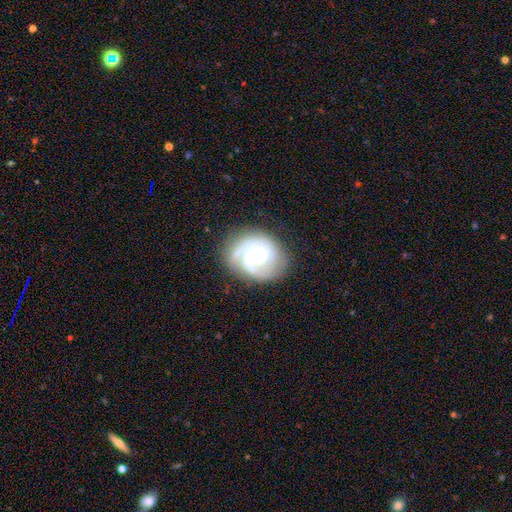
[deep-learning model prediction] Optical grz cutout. It shows a featured or disk galaxy (90%) with no bar (66%), 3 (50%) tight (60%) spiral arms (98%) and a small central bulge (52%). Merging: none (79%).